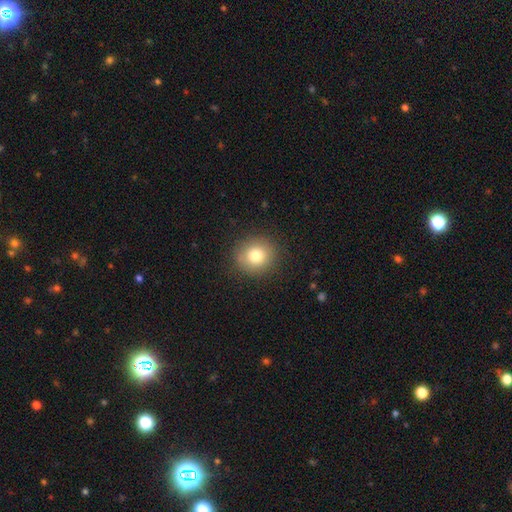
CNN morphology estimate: A smooth galaxy with no disk features (79%) that is round (86%).

Vote fractions:
- Smooth or featured? smooth: 79% / star or artifact: 11% / featured or disk: 10%
- How rounded? round: 86% / in between: 13% / cigar-shaped: 1%
- Merging? none: 89% / minor disturbance: 7% / major disturbance: 3% / merger: 1%